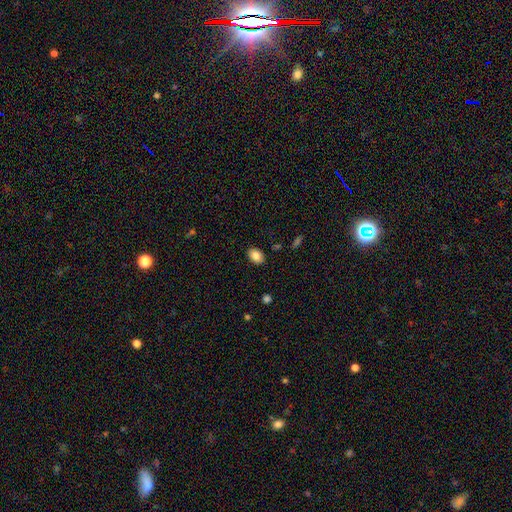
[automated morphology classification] Smooth or featured?
  - smooth: 85% *
  - star or artifact: 8%
  - featured or disk: 7%
How rounded?
  - in between: 79% *
  - round: 20%
  - cigar-shaped: 1%
Merging?
  - none: 88% *
  - minor disturbance: 9%
  - major disturbance: 2%
  - merger: 1%